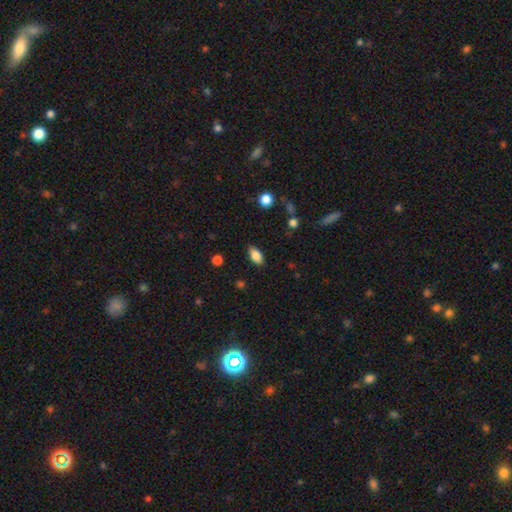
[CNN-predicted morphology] Smooth or featured? smooth (83%)
How rounded? in between (90%)
Merging? none (85%)